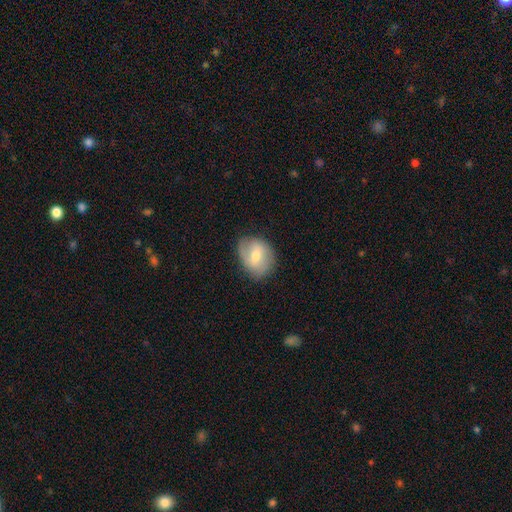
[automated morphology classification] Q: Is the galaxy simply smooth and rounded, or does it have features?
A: smooth — 52%.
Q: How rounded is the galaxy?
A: in between — 53%.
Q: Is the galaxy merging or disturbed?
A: none — 73%.